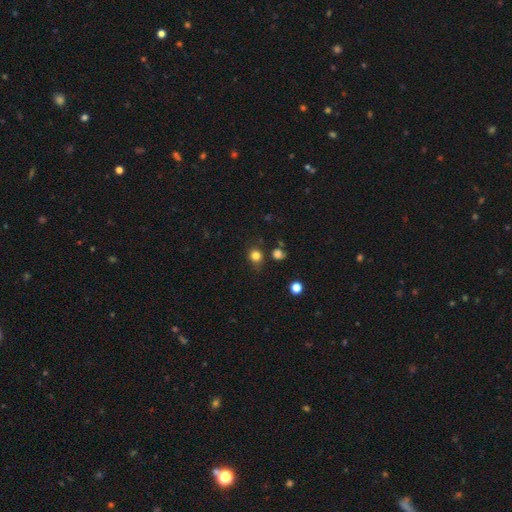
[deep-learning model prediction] smooth-or-featured: smooth: 81% | star or artifact: 14% | featured or disk: 5%
  how-rounded: round: 84% | in between: 15% | cigar-shaped: 1%
  merging: none: 74% | minor disturbance: 16% | merger: 5% | major disturbance: 5%